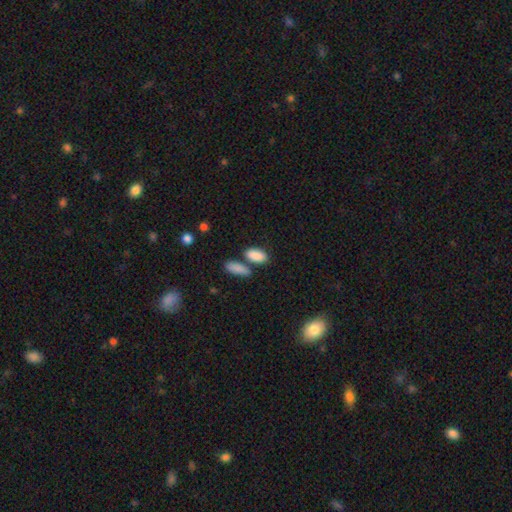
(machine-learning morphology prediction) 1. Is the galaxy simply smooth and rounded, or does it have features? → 88% smooth, 7% star or artifact, 5% featured or disk.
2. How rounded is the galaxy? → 89% in between, 7% cigar-shaped, 4% round.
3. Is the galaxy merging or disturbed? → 61% none, 24% merger, 11% minor disturbance, 4% major disturbance.